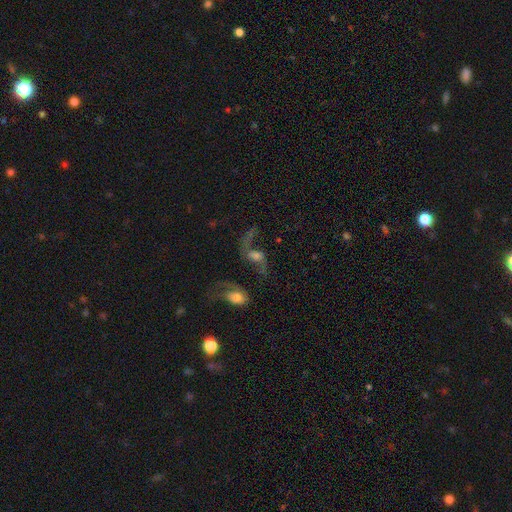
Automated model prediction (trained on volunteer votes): A featured or disk galaxy (69%) with no bar (52%), 2 (81%) loose (81%) spiral arms (84%) and a moderate central bulge (43%).

Vote fractions:
- Smooth or featured? featured or disk: 69% / smooth: 18% / star or artifact: 14%
- Edge-on disk? no: 94% / yes: 6%
- Bar? no: 52% / weak: 35% / strong: 13%
- Spiral arms? yes: 84% / no: 16%
- Spiral winding? loose: 81% / medium: 15% / tight: 4%
- Spiral arm count? 2: 81% / 1: 10% / can't tell: 4% / 3: 2% / 4: 1% / more than 4: 1%
- Bulge size? moderate: 43% / small: 28% / large: 15% / none: 11% / dominant: 3%
- Merging? none: 34% / major disturbance: 27% / merger: 26% / minor disturbance: 13%